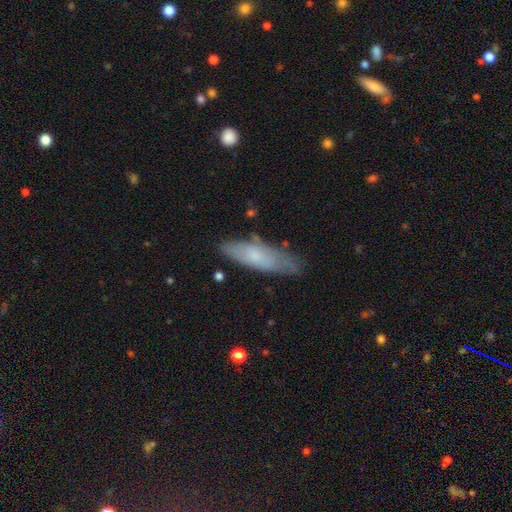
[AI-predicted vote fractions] The model was most divided on "how rounded": cigar-shaped: 52%, in between: 46%, round: 2%. More confident: merging — none (68%); smooth or featured — smooth (64%).